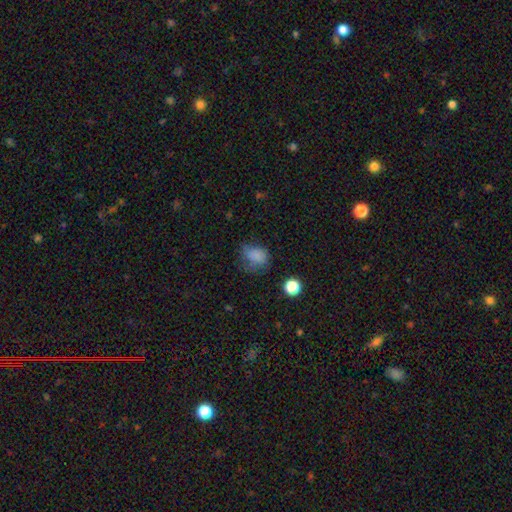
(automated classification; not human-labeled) smooth 75%, star or artifact 15%, featured or disk 10%. Down the decision tree: how rounded — in between (61%); merging — none (44%).